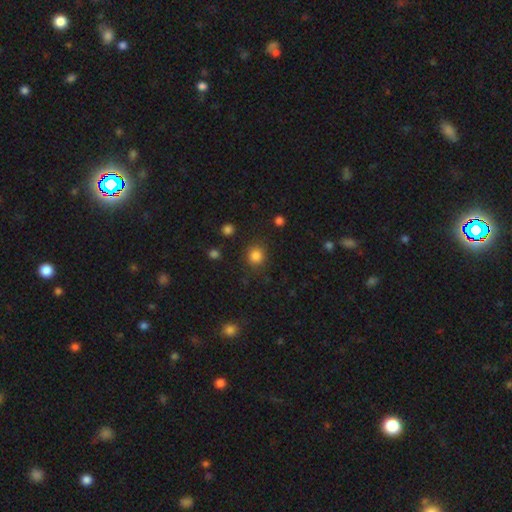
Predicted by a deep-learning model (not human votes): This is clearly a smooth galaxy (84%). How rounded: clearly round (87%). Merging: clearly none (85%).